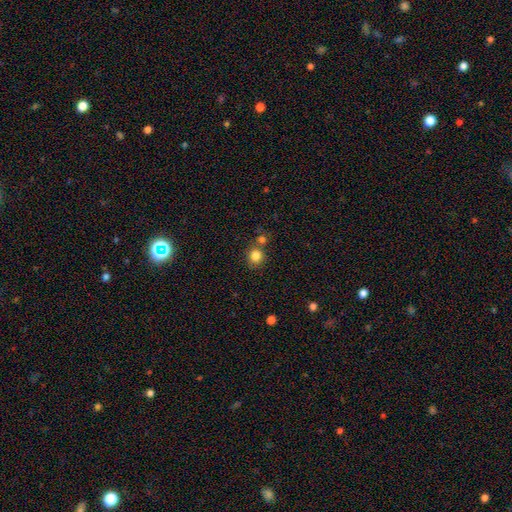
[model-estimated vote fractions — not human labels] A smooth galaxy with no disk features (83%) that is round (85%).

Vote fractions:
- Smooth or featured? smooth: 83% / star or artifact: 11% / featured or disk: 5%
- How rounded? round: 85% / in between: 15% / cigar-shaped: 1%
- Merging? none: 71% / merger: 17% / minor disturbance: 9% / major disturbance: 3%